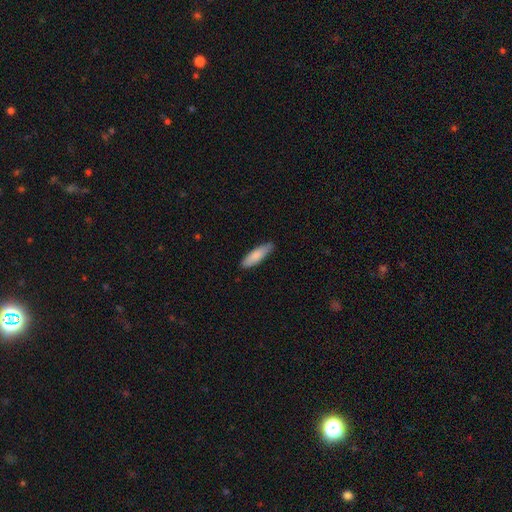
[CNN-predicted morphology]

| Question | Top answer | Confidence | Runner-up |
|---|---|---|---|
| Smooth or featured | smooth | 84% | featured or disk (11%) |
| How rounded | cigar-shaped | 59% | in between (40%) |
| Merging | none | 83% | minor disturbance (14%) |